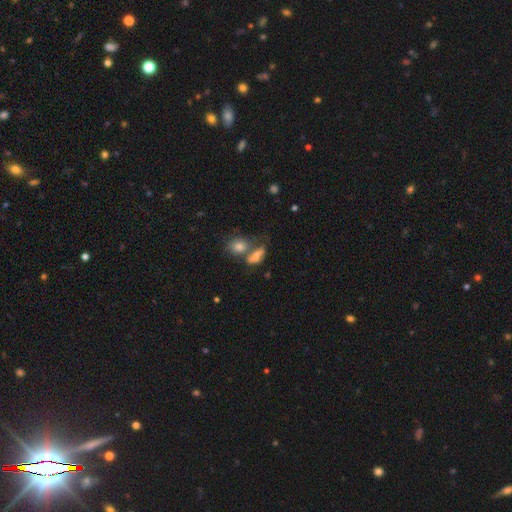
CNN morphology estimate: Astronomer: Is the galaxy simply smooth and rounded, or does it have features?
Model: smooth — 64%.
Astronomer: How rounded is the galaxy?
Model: in between — 67%.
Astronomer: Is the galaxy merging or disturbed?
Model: merger — 41% (runner-up: none, 35%).